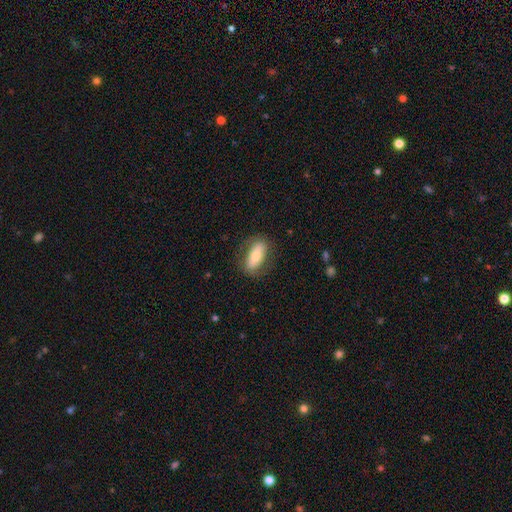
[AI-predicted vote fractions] Q: Smooth or featured?
A: smooth (66%); runner-up: featured or disk (28%)
Q: How rounded?
A: in between (80%); runner-up: cigar-shaped (17%)
Q: Merging?
A: none (79%); runner-up: minor disturbance (14%)